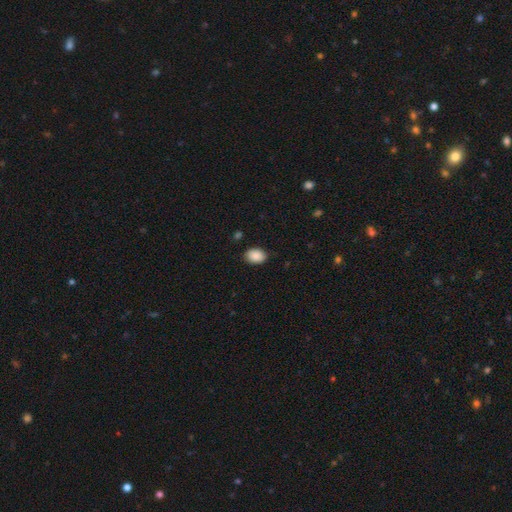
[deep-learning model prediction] A smooth galaxy with no disk features (90%) that is in between round and cigar-shaped (80%). Merging: none (86%).